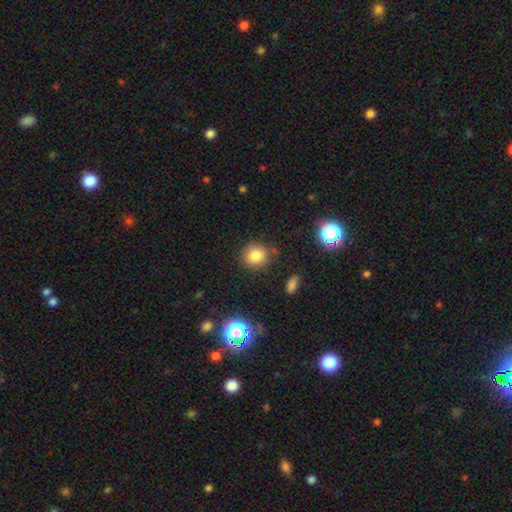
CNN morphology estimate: type=smooth (80%); roundness=round (89%); merging=none (84%).